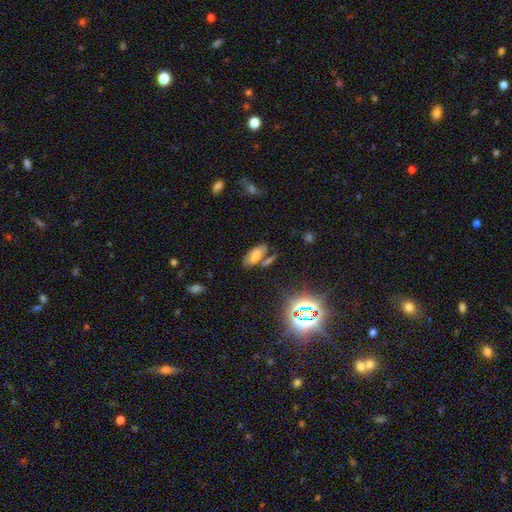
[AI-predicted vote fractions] Smooth or featured? Predicted: smooth (p=0.61). How rounded? Predicted: in between (p=0.86). Merging? Predicted: none (p=0.56).